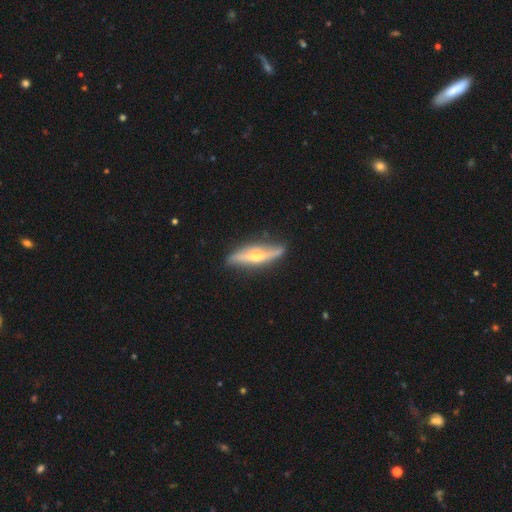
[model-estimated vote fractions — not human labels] Smooth or featured: featured or disk — 72% (smooth — 23%)
Edge-on disk: yes — 76% (no — 24%)
Edge-on bulge: rounded — 83% (boxy — 9%)
Merging: none — 77% (minor disturbance — 18%)